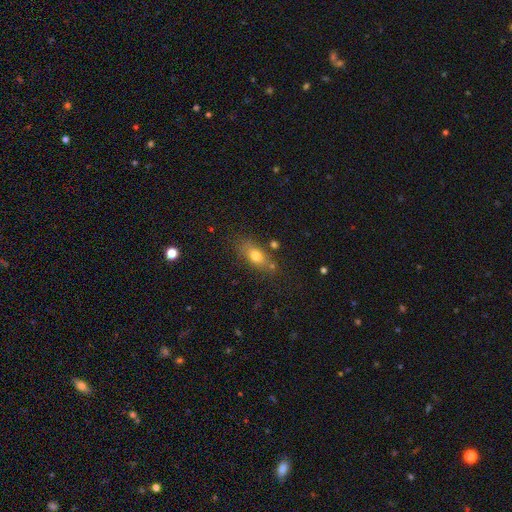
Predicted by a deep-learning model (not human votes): smooth_or_featured: smooth (p=0.73) [alt: featured or disk p=0.16]
how_rounded: in between (p=0.75) [alt: round p=0.14]
merging: none (p=0.70) [alt: minor disturbance p=0.17]